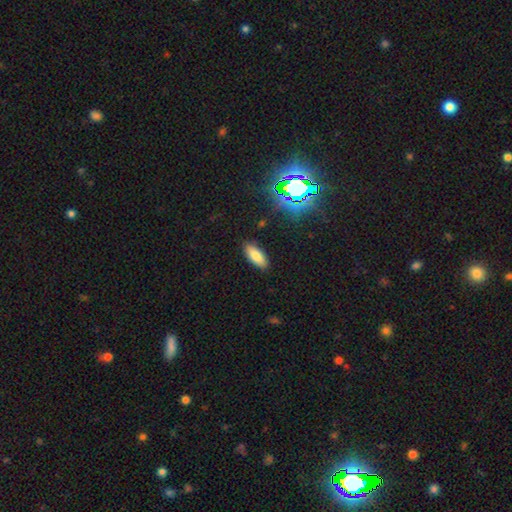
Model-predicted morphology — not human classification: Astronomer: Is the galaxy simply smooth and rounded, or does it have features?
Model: smooth — 81%.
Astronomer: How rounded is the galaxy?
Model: in between — 78%.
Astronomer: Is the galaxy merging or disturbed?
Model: none — 88%.